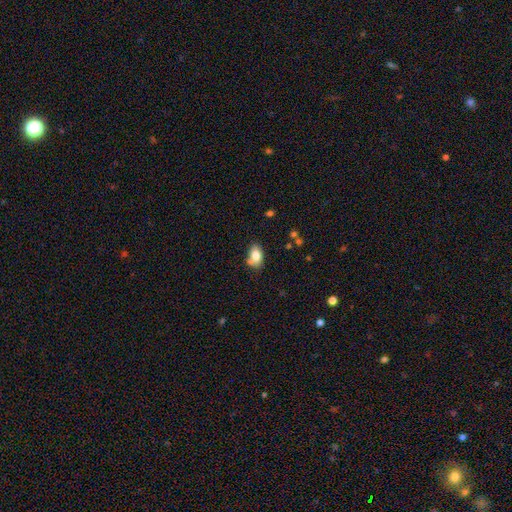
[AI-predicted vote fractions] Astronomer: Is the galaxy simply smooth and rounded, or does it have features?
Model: smooth — 79%.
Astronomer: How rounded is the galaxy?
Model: in between — 87%.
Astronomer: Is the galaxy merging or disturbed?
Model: none — 59%.